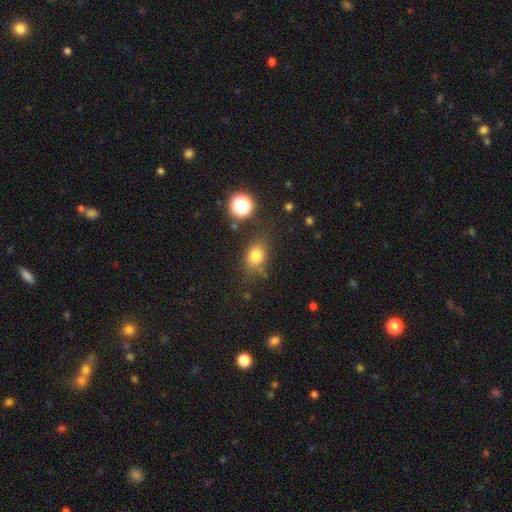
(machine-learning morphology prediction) A smooth galaxy with no disk features (77%) that is in between round and cigar-shaped (58%). Merging: none (68%).